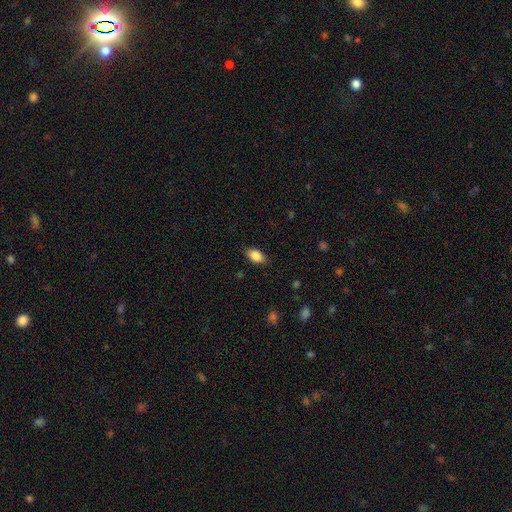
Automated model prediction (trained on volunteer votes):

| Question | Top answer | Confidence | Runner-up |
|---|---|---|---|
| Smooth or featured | smooth | 86% | star or artifact (8%) |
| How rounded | in between | 89% | round (7%) |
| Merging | none | 84% | minor disturbance (12%) |